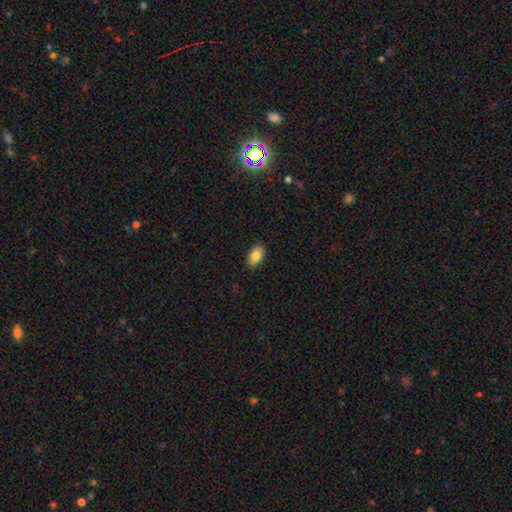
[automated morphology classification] A smooth galaxy with no disk features (84%) that is in between round and cigar-shaped (93%). Merging: none (88%).